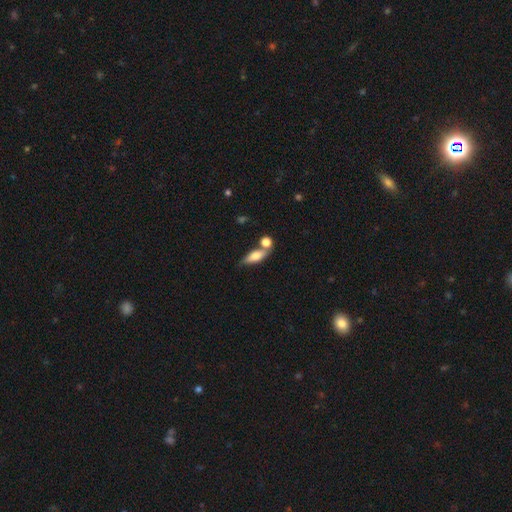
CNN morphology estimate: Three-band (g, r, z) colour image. It shows a smooth galaxy with no disk features (67%) that is in between round and cigar-shaped (63%). Merging: none (51%).